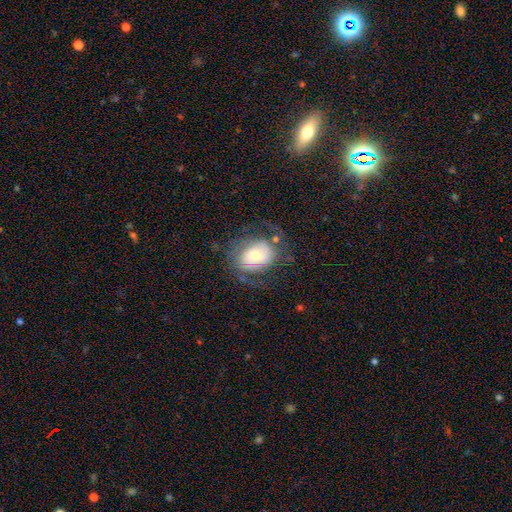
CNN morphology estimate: Smooth or featured: featured or disk — 61% (smooth — 31%)
Edge-on disk: no — 96% (yes — 4%)
Bar: no — 56% (weak — 34%)
Spiral arms: yes — 80% (no — 20%)
Bulge size: moderate — 52% (small — 32%)
Merging: none — 55% (major disturbance — 22%)